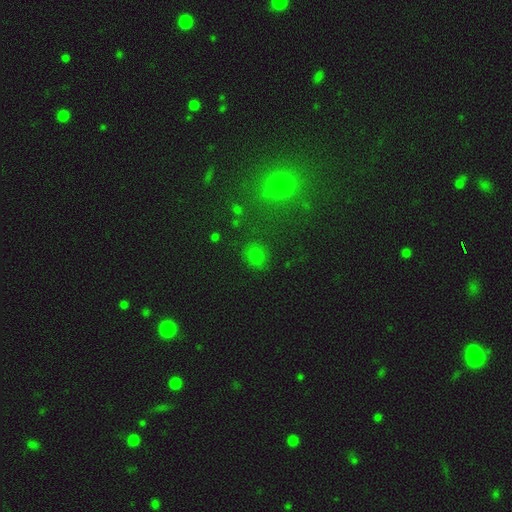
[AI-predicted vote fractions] smooth-or-featured: smooth: 72% | star or artifact: 22% | featured or disk: 6%
  how-rounded: round: 72% | in between: 27% | cigar-shaped: 1%
  merging: none: 78% | minor disturbance: 14% | major disturbance: 5% | merger: 3%